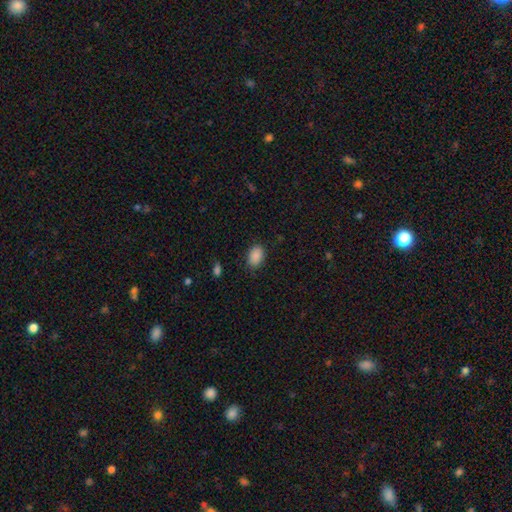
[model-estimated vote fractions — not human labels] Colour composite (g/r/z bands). It shows a smooth galaxy with no disk features (89%) that is in between round and cigar-shaped (83%). Merging: none (84%).